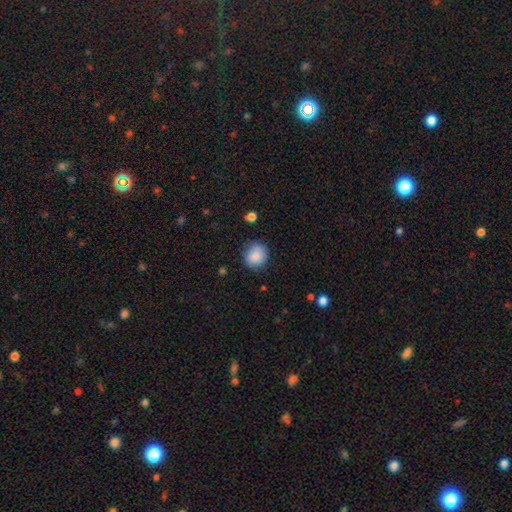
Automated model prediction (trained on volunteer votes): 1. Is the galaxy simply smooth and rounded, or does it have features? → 87% smooth, 8% star or artifact, 5% featured or disk.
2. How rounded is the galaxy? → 83% round, 16% in between, 1% cigar-shaped.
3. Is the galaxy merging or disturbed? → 81% none, 14% minor disturbance, 4% major disturbance, 1% merger.